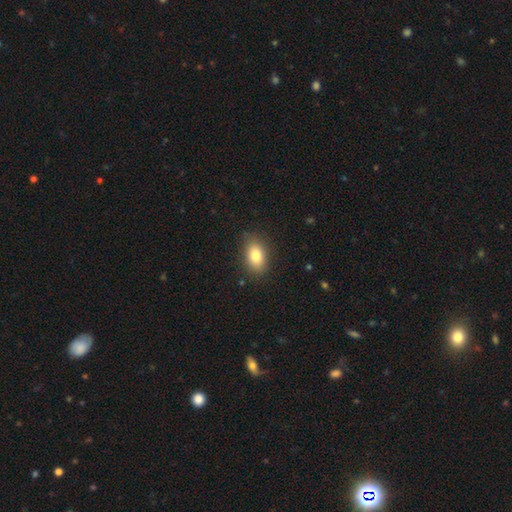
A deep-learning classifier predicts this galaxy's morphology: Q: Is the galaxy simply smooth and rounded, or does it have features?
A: smooth — 82%.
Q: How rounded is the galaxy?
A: in between — 87%.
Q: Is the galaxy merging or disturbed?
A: none — 84%.